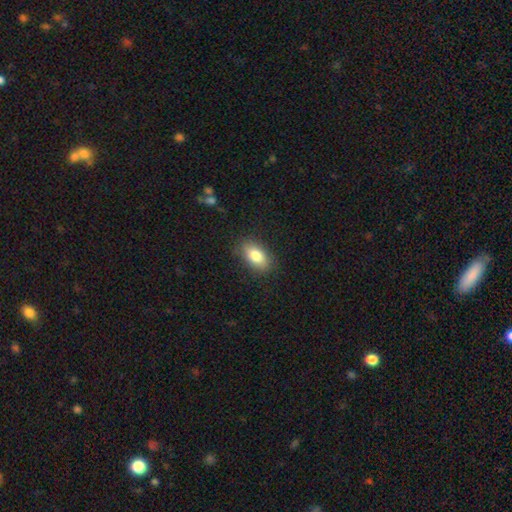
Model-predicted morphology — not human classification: The model was most divided on "smooth or featured": smooth: 82%, featured or disk: 11%, star or artifact: 8%. More confident: how rounded — in between (90%); merging — none (85%).